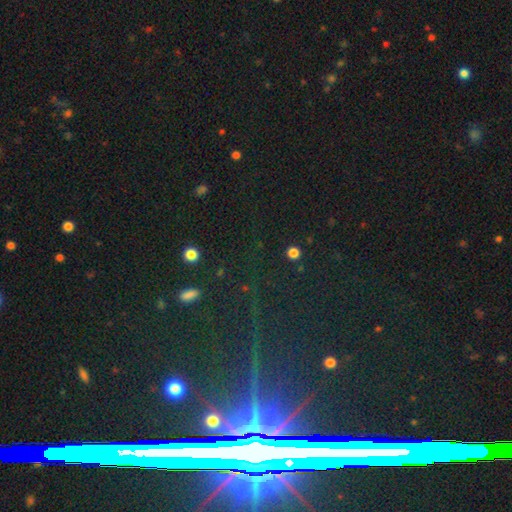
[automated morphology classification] smooth-or-featured: star or artifact: 77% | featured or disk: 13% | smooth: 10%